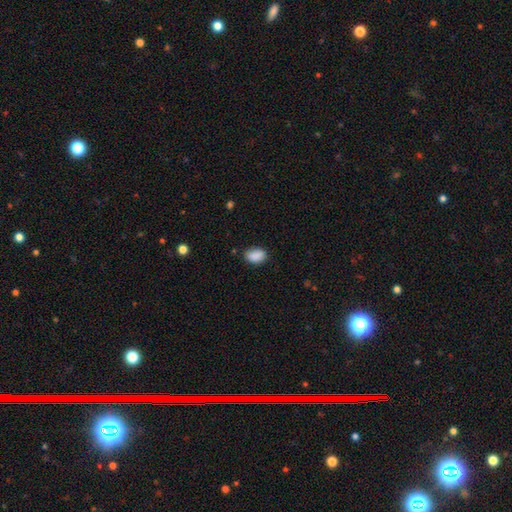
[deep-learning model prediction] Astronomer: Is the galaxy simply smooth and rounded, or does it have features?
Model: smooth — 89%.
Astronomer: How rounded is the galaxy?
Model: in between — 86%.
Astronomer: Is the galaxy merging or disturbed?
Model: none — 80%.